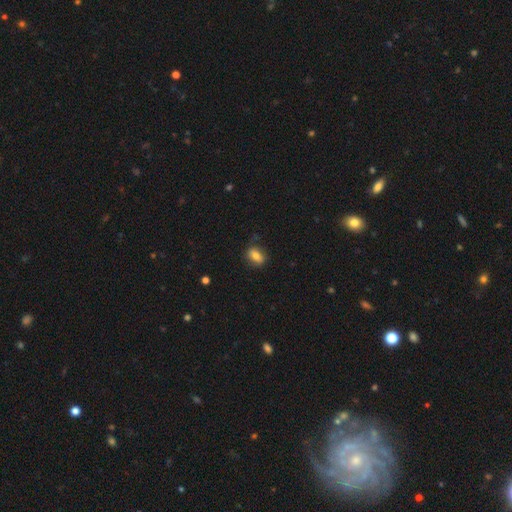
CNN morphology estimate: smooth-or-featured: smooth: 78% | featured or disk: 13% | star or artifact: 9%
  how-rounded: in between: 78% | round: 18% | cigar-shaped: 4%
  merging: none: 78% | minor disturbance: 16% | major disturbance: 4% | merger: 2%